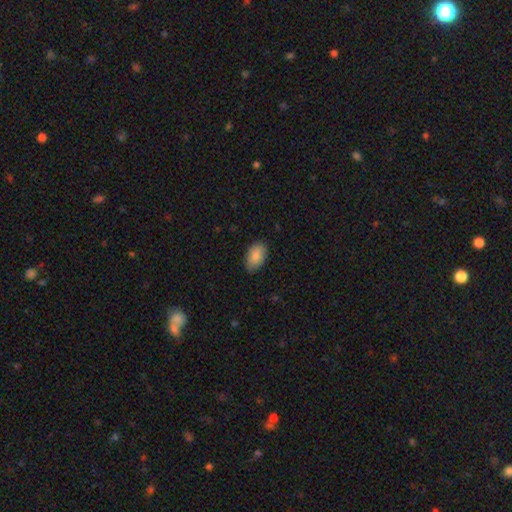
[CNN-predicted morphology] type=smooth (88%); roundness=in between (93%); merging=none (84%).